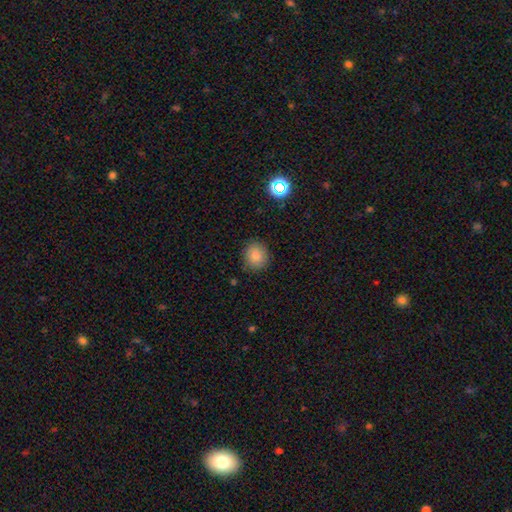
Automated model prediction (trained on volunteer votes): Q: Smooth or featured?
A: smooth (82%); runner-up: star or artifact (11%)
Q: How rounded?
A: round (82%); runner-up: in between (17%)
Q: Merging?
A: none (88%); runner-up: minor disturbance (9%)